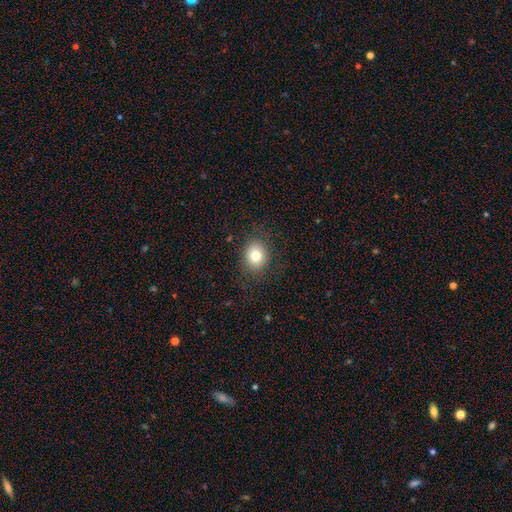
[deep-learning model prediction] Smooth or featured? smooth (80%)
How rounded? round (59%)
Merging? none (84%)